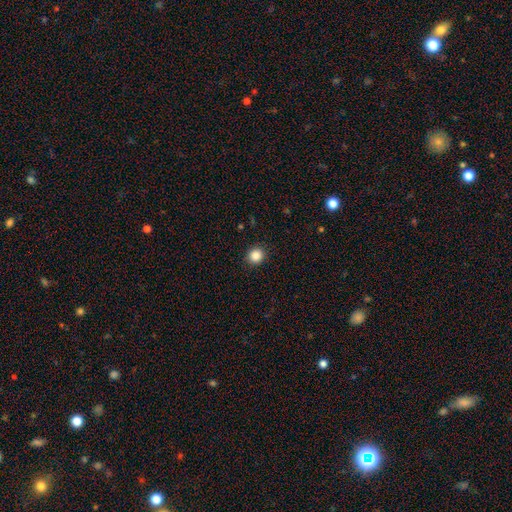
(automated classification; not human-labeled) smooth_or_featured: smooth (p=0.87) [alt: star or artifact p=0.10]
how_rounded: round (p=0.88) [alt: in between p=0.11]
merging: none (p=0.91) [alt: minor disturbance p=0.06]